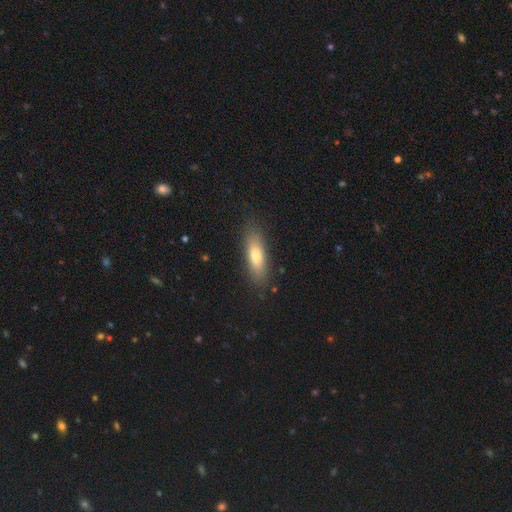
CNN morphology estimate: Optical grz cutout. It shows a smooth galaxy with no disk features (74%) that is in between round and cigar-shaped (55%). Merging: none (85%).